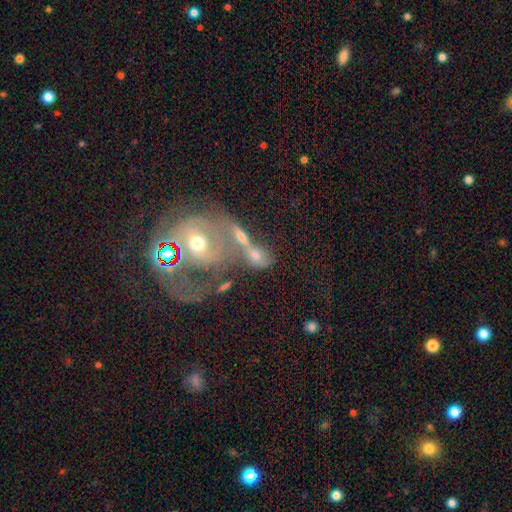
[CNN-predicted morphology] Smooth or featured? smooth (45%)
Merging? merger (48%)